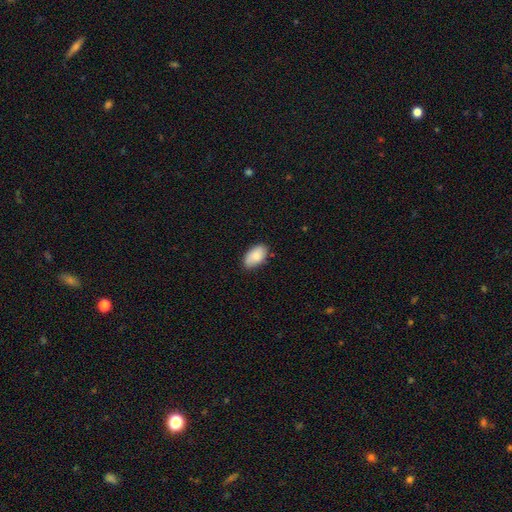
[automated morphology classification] smooth_or_featured: smooth (p=0.83) [alt: featured or disk p=0.10]
how_rounded: in between (p=0.94) [alt: round p=0.05]
merging: none (p=0.81) [alt: minor disturbance p=0.16]